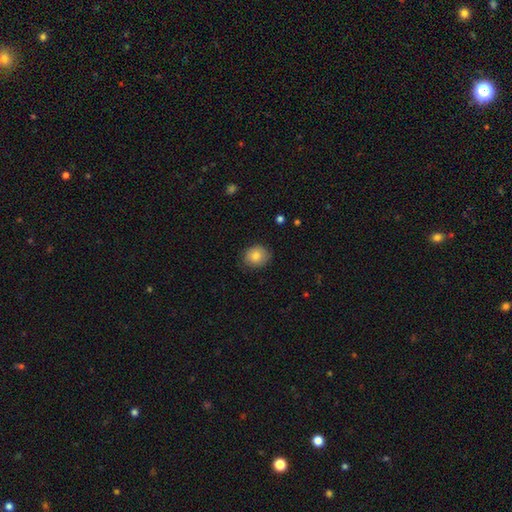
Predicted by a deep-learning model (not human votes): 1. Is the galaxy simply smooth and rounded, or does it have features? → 81% smooth, 11% featured or disk, 8% star or artifact.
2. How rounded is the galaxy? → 66% round, 33% in between, 1% cigar-shaped.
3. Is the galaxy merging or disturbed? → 81% none, 15% minor disturbance, 3% major disturbance, 1% merger.